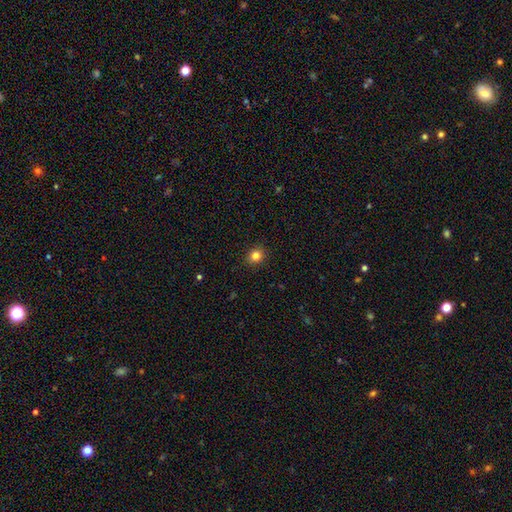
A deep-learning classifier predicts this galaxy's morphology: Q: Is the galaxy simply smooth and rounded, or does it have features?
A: smooth — 83%.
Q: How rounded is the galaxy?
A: round — 78%.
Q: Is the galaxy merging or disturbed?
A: none — 91%.